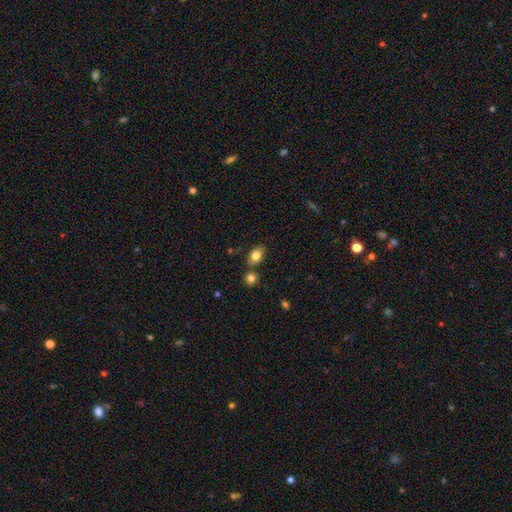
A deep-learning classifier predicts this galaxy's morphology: Q: Smooth or featured?
A: smooth (82%); runner-up: featured or disk (9%)
Q: How rounded?
A: in between (77%); runner-up: round (21%)
Q: Merging?
A: none (72%); runner-up: merger (13%)